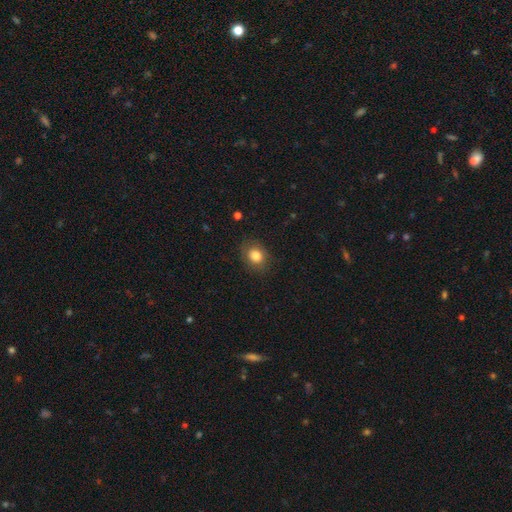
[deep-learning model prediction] A smooth galaxy with no disk features (82%) that is round (50%). Merging: none (83%).